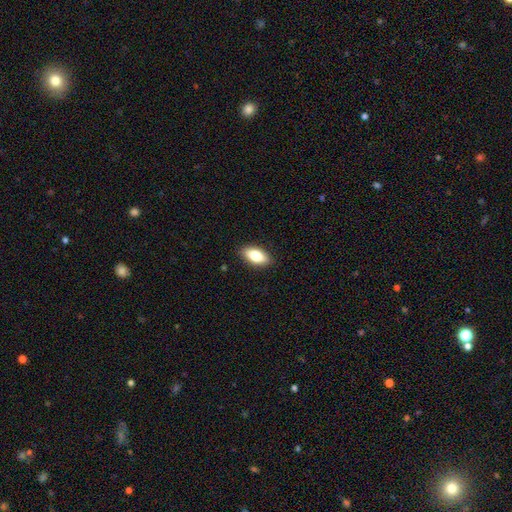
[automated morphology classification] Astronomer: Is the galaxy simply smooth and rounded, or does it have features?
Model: smooth — 79%.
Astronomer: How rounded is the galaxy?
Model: in between — 89%.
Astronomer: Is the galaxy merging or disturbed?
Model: none — 88%.